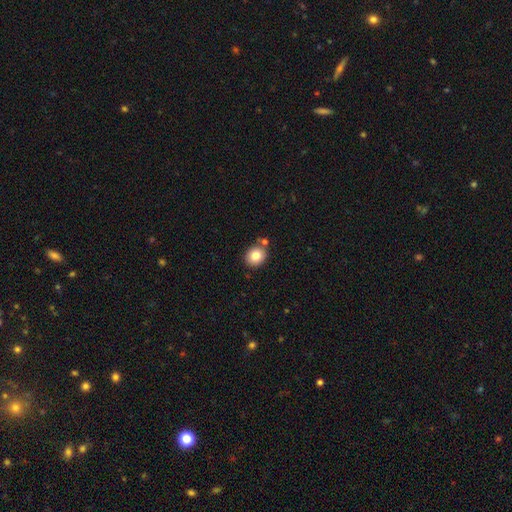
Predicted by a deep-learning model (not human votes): This is clearly a smooth galaxy (81%). How rounded: likely round (69%). Merging: likely none (76%).